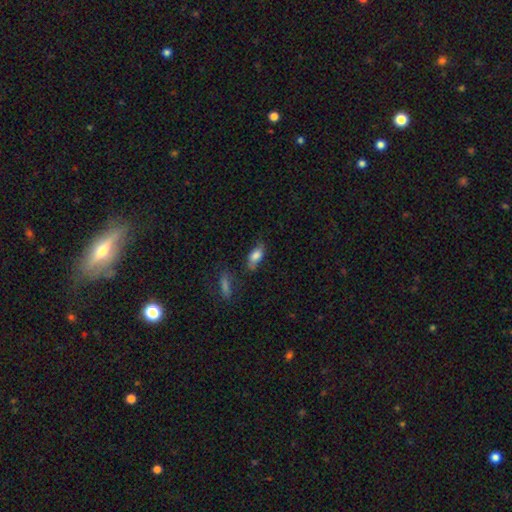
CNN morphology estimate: This appears to be a smooth galaxy with no disk features (75%) that is in between round and cigar-shaped (81%). Merging: none (60%).